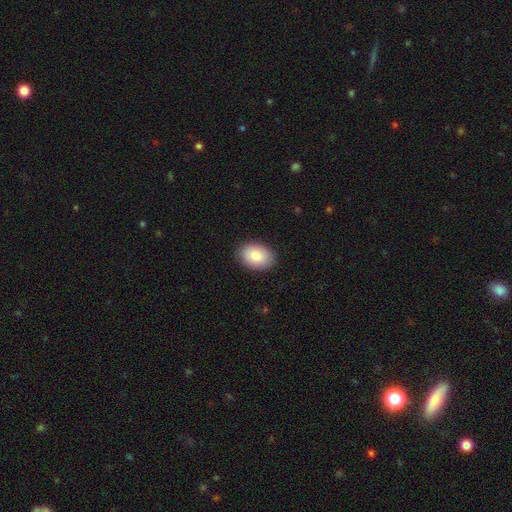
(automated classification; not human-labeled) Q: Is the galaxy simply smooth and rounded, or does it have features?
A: smooth — 85%.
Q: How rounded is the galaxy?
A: in between — 83%.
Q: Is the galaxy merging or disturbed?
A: none — 89%.